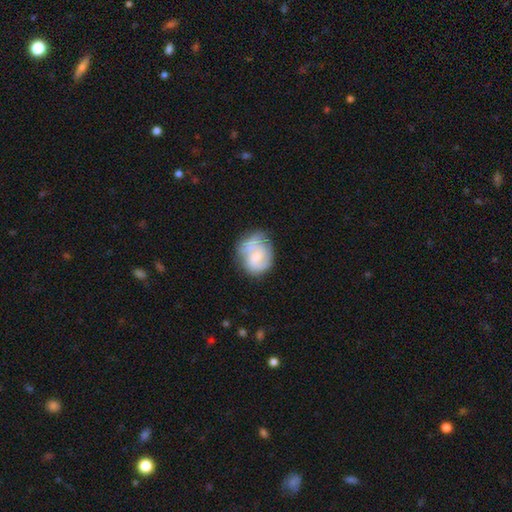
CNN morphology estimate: type=featured or disk (55%); edge-on=no (98%); bar=no (53%); spiral arms=yes (77%); bulge=small (40%); merging=none (50%).